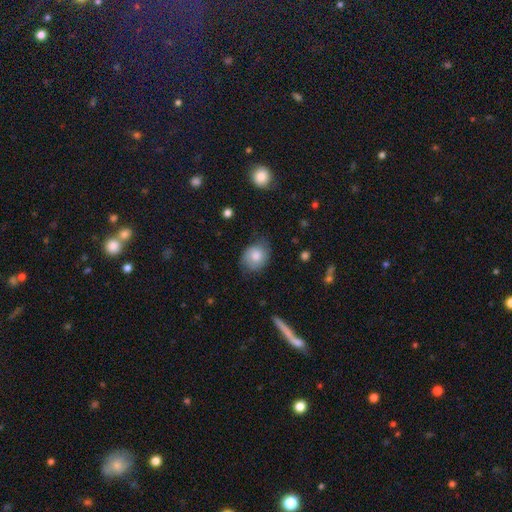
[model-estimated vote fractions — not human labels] Overall: smooth (79%). How rounded: round (56%; in between 44%). Merging: none (66%; minor disturbance 27%).